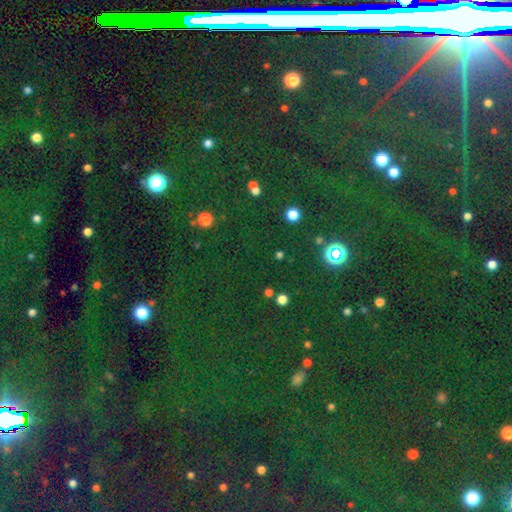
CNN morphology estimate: A star or artifact, not a galaxy (77%).